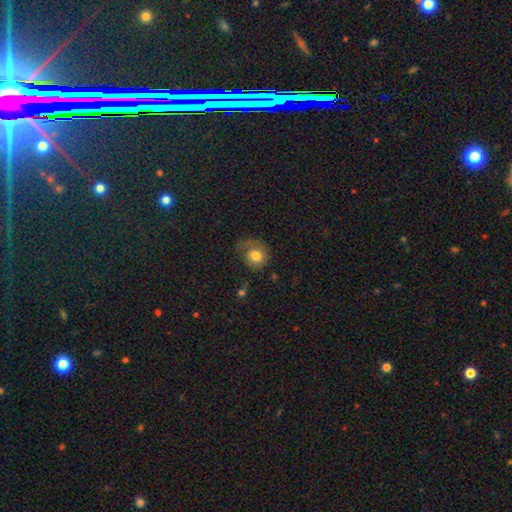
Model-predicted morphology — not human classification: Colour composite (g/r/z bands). It shows a smooth galaxy with no disk features (70%) that is round (77%). Merging: none (46%).